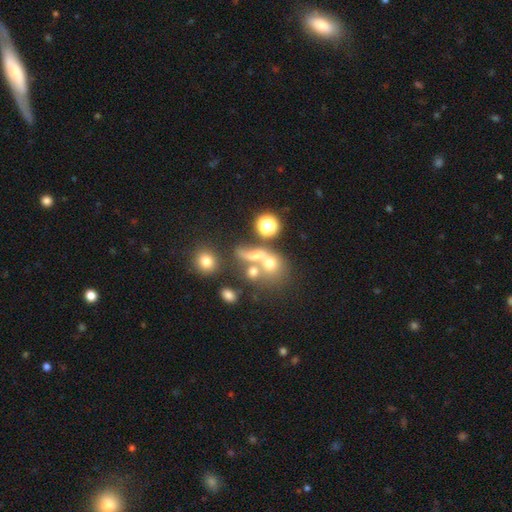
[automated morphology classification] A smooth galaxy with no disk features (50%) that is round (56%).

Vote fractions:
- Smooth or featured? smooth: 50% / featured or disk: 28% / star or artifact: 22%
- How rounded? round: 56% / in between: 37% / cigar-shaped: 7%
- Merging? merger: 52% / none: 28% / major disturbance: 10% / minor disturbance: 9%